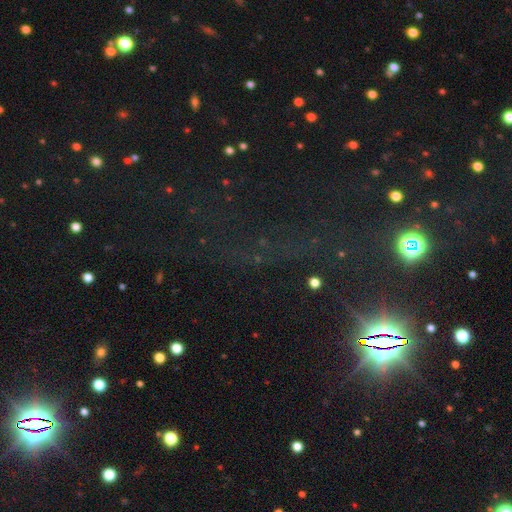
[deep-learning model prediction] Smooth or featured? Predicted: star or artifact (p=0.75).